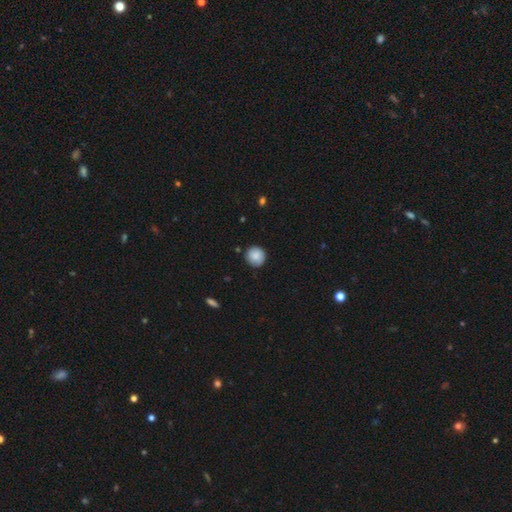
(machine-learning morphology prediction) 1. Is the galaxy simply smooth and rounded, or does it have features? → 86% smooth, 7% star or artifact, 7% featured or disk.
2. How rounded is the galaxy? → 92% round, 7% in between, 1% cigar-shaped.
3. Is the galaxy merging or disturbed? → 87% none, 10% minor disturbance, 2% major disturbance, 1% merger.